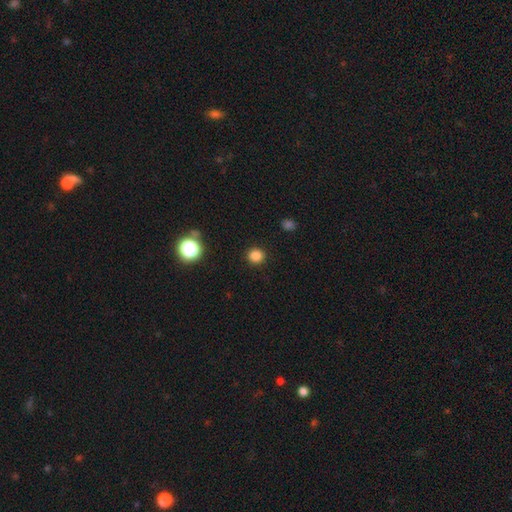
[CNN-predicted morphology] Smooth or featured?
  - smooth: 84% *
  - star or artifact: 13%
  - featured or disk: 3%
How rounded?
  - round: 89% *
  - in between: 10%
  - cigar-shaped: 1%
Merging?
  - none: 91% *
  - minor disturbance: 5%
  - major disturbance: 2%
  - merger: 1%